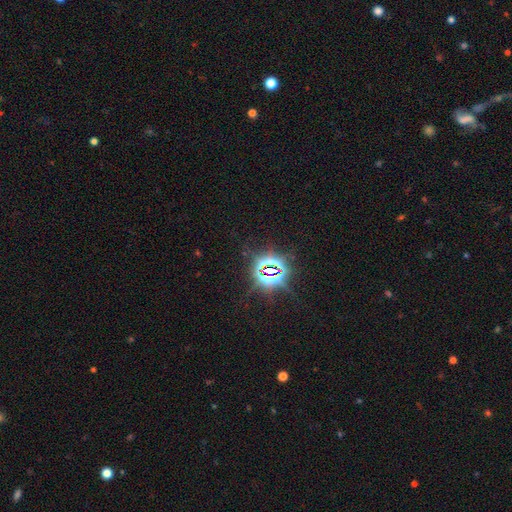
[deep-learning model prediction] This is clearly a star or artifact rather than a galaxy (84%).